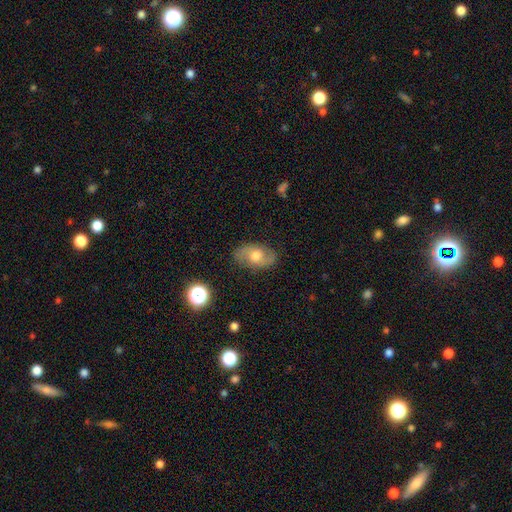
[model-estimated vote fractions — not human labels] smooth_or_featured: featured or disk (p=0.51) [alt: smooth p=0.39]
disk_edge_on: no (p=0.93) [alt: yes p=0.07]
merging: none (p=0.81) [alt: minor disturbance p=0.14]